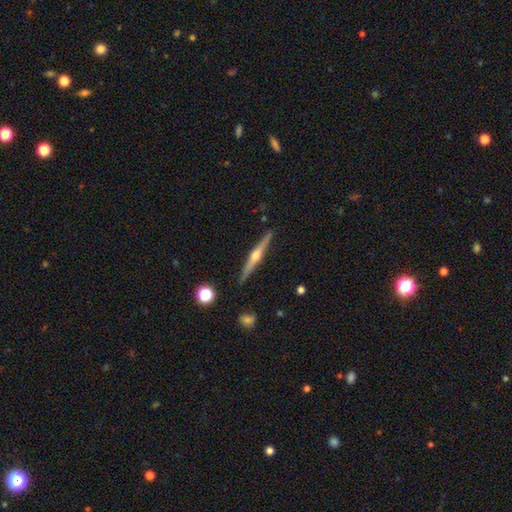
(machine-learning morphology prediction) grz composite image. It shows a featured or disk galaxy (77%) viewed edge-on (98%) with a rounded central bulge (92%). Merging: none (89%).